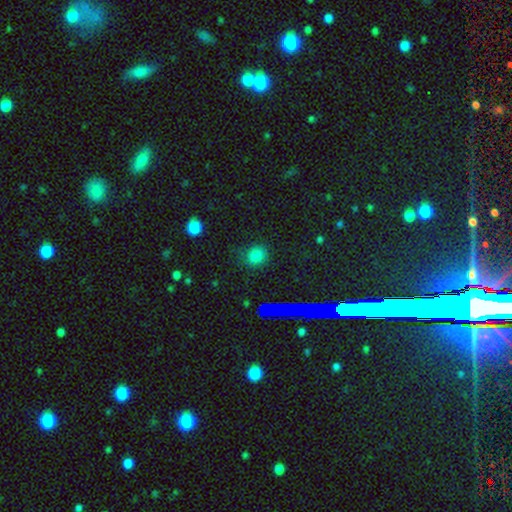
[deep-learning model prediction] This appears to be a smooth galaxy with no disk features (77%) that is round (80%). Merging: none (83%).